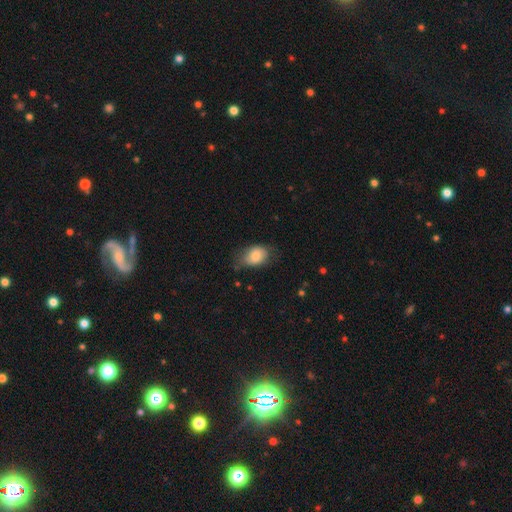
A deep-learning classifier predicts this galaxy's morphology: A smooth galaxy with no disk features (78%) that is in between round and cigar-shaped (81%).

Vote fractions:
- Smooth or featured? smooth: 78% / featured or disk: 14% / star or artifact: 7%
- How rounded? in between: 81% / round: 17% / cigar-shaped: 1%
- Merging? none: 61% / minor disturbance: 29% / major disturbance: 8% / merger: 1%